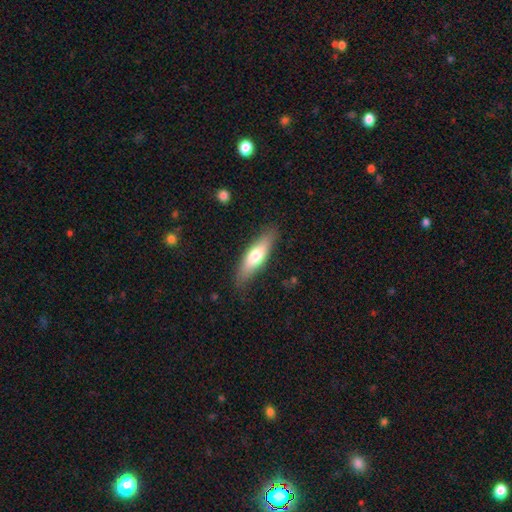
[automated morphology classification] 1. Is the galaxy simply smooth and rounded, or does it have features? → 63% smooth, 31% featured or disk, 6% star or artifact.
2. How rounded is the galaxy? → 56% cigar-shaped, 42% in between, 2% round.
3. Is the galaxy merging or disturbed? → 83% none, 13% minor disturbance, 3% major disturbance, 1% merger.